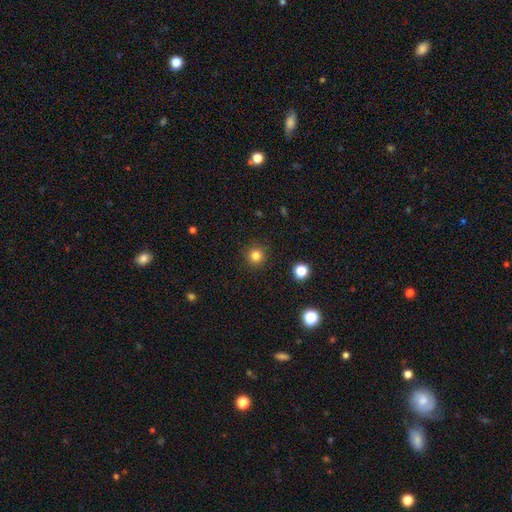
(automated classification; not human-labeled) Smooth or featured? smooth (82%)
How rounded? round (95%)
Merging? none (91%)